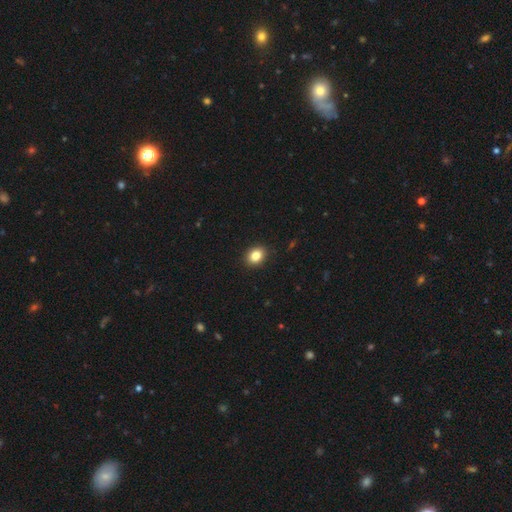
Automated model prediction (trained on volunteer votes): A smooth galaxy with no disk features (85%) that is in between round and cigar-shaped (54%). Merging: none (91%).